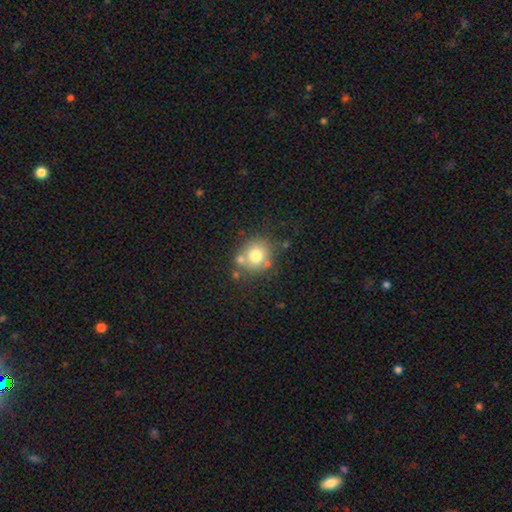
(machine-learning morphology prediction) smooth 73%, featured or disk 15%, star or artifact 12%. Down the decision tree: how rounded — round (84%); merging — none (66%).